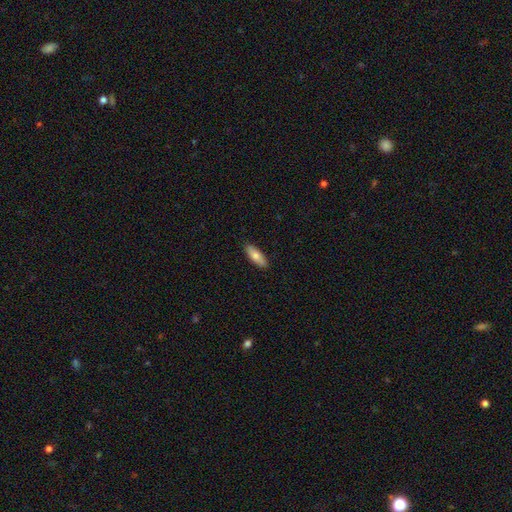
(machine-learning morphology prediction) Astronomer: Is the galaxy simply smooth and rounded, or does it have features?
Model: smooth — 76%.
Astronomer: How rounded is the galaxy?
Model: in between — 65%.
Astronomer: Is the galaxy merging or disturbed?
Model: none — 88%.